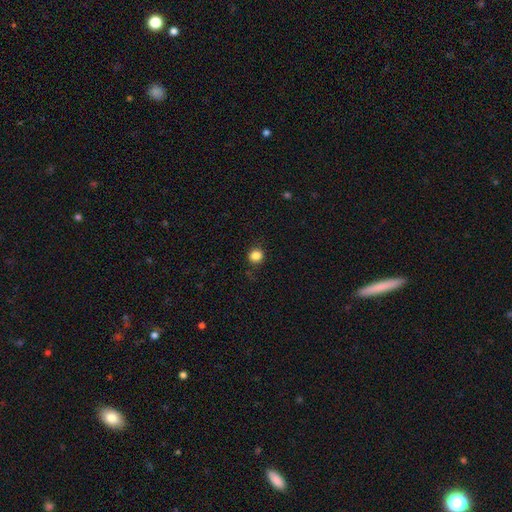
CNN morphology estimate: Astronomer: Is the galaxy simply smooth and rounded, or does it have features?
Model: smooth — 85%.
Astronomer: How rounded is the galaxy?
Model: round — 89%.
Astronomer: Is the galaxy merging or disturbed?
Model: none — 87%.